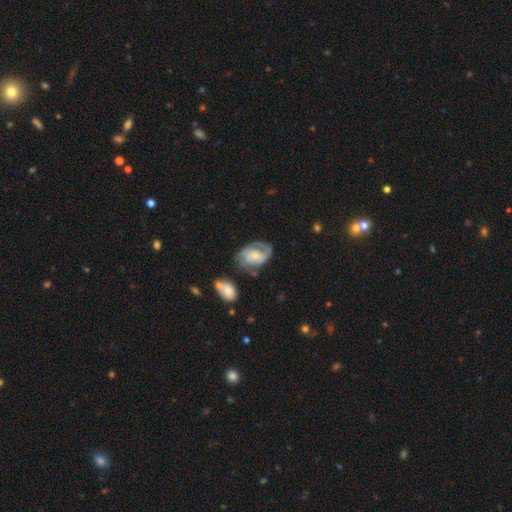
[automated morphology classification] Smooth or featured? featured or disk (75%)
Edge-on disk? no (97%)
Bar? no (55%)
Spiral arms? yes (91%)
Spiral winding? medium (44%)
Spiral arm count? 2 (64%)
Bulge size? small (55%)
Merging? none (55%)